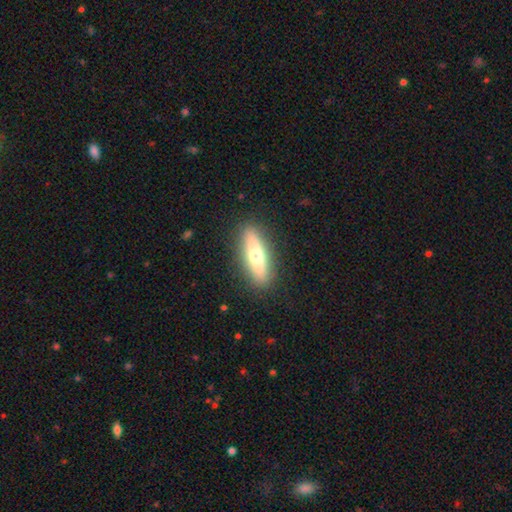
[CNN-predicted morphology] Overall: smooth (53%; featured or disk 41%). How rounded: cigar-shaped (60%; in between 38%). Merging: none (89%).